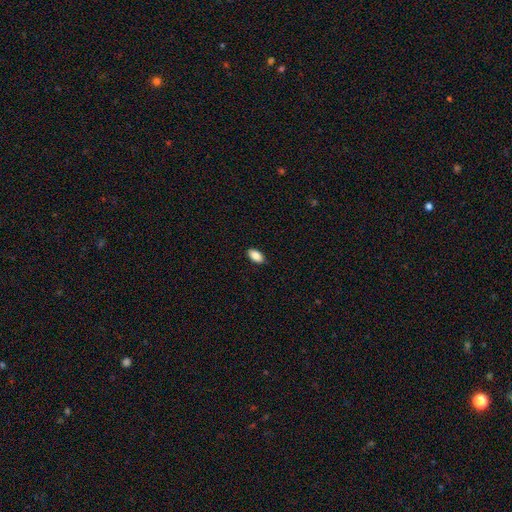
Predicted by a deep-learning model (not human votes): This is clearly a smooth galaxy (88%). How rounded: clearly in between (94%). Merging: clearly none (89%).